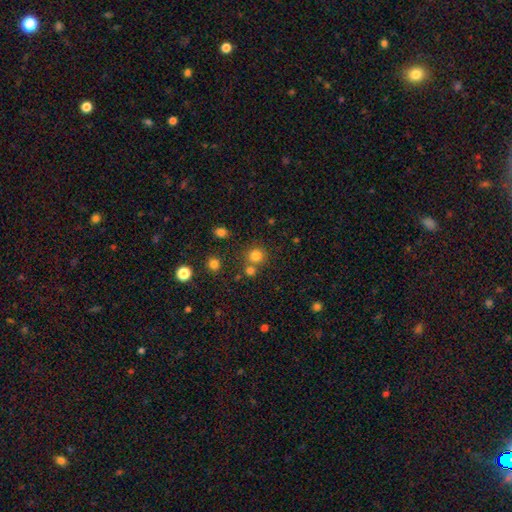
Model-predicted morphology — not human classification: A smooth galaxy with no disk features (79%) that is round (88%).

Vote fractions:
- Smooth or featured? smooth: 79% / star or artifact: 15% / featured or disk: 6%
- How rounded? round: 88% / in between: 11% / cigar-shaped: 1%
- Merging? none: 68% / merger: 21% / minor disturbance: 8% / major disturbance: 3%